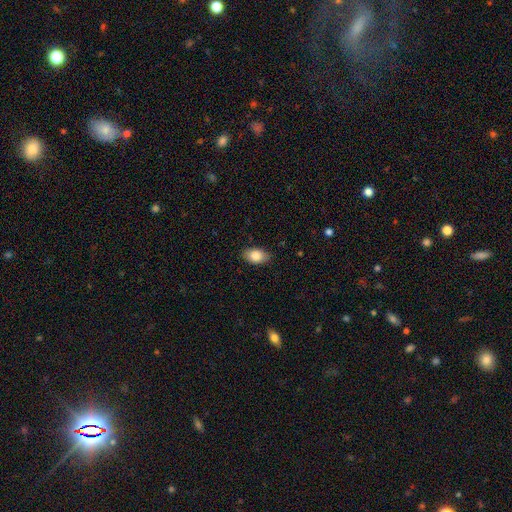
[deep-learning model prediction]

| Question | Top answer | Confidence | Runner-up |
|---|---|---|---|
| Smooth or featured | smooth | 84% | featured or disk (9%) |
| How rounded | in between | 90% | round (9%) |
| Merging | none | 85% | minor disturbance (12%) |